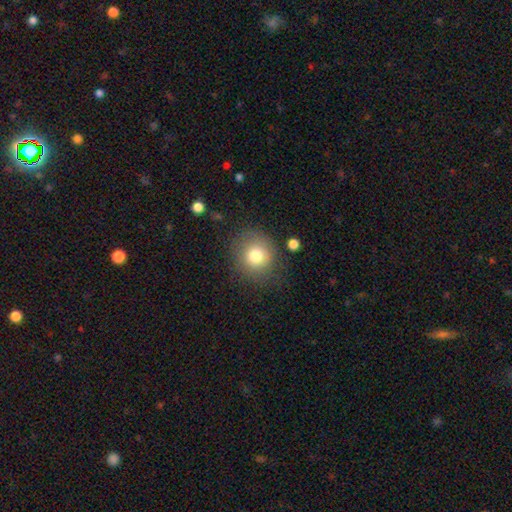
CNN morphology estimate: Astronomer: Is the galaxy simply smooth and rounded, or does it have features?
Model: smooth — 79%.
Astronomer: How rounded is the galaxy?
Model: round — 87%.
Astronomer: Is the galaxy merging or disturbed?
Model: none — 78%.